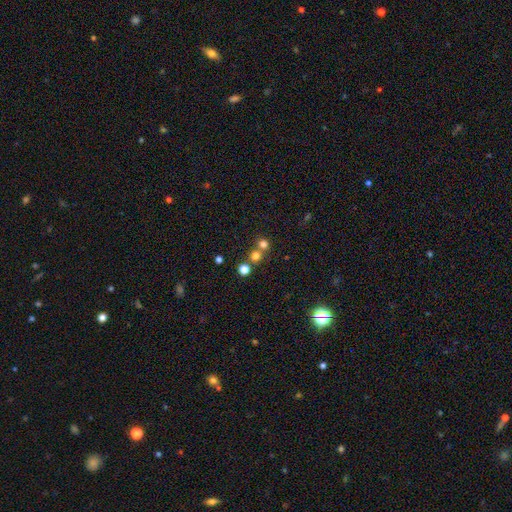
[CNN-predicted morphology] This appears to be a smooth galaxy with no disk features (72%) that is round (90%). Merging: none (57%).